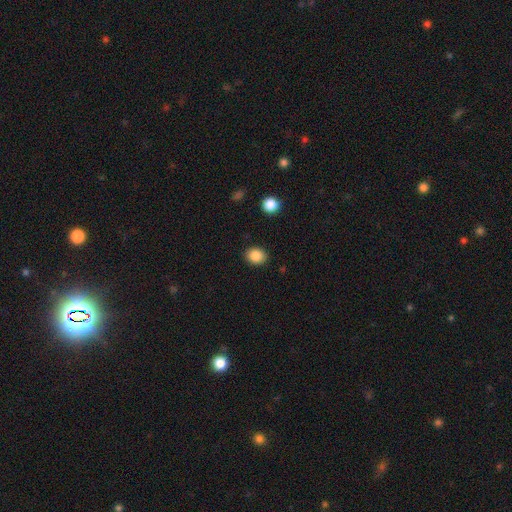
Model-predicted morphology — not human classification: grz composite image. It shows a smooth galaxy with no disk features (86%) that is round (59%). Merging: none (90%).